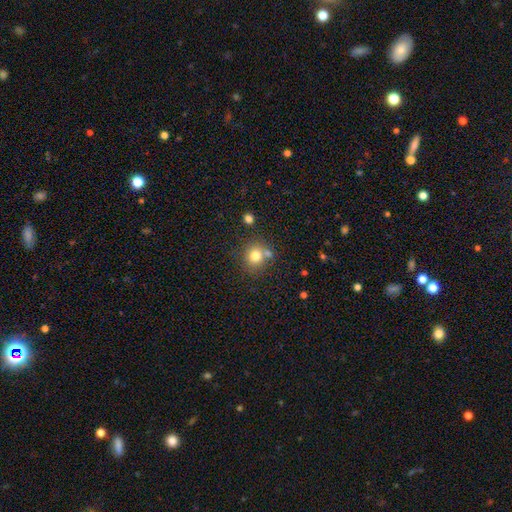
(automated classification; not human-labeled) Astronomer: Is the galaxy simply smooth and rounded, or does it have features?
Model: smooth — 78%.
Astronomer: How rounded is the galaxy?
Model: round — 86%.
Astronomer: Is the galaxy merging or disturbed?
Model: none — 66%.